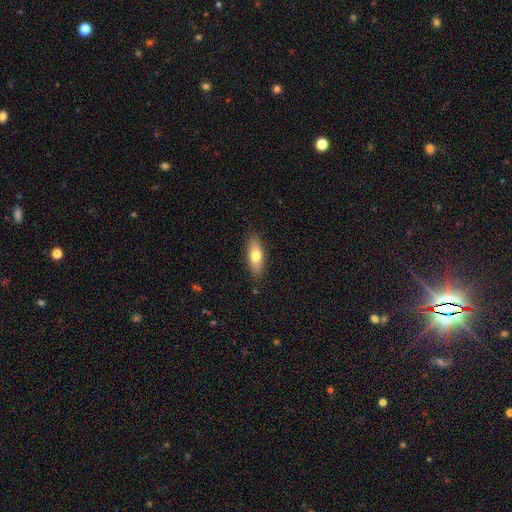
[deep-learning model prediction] The model was most divided on "how rounded": in between: 71%, cigar-shaped: 27%, round: 3%. More confident: merging — none (86%); smooth or featured — smooth (74%).